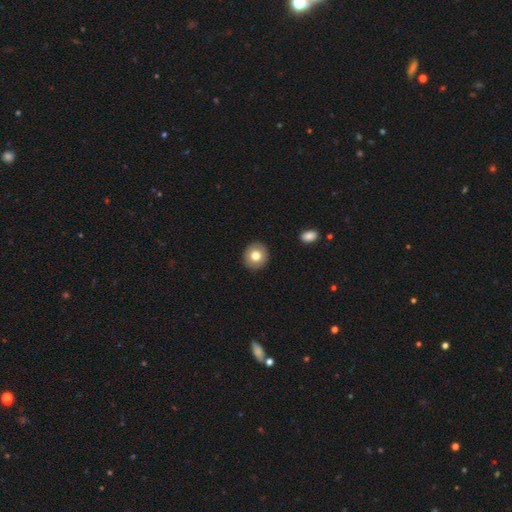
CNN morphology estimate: Smooth or featured?
  - smooth: 77% *
  - featured or disk: 14%
  - star or artifact: 8%
How rounded?
  - round: 85% *
  - in between: 14%
  - cigar-shaped: 1%
Merging?
  - none: 91% *
  - minor disturbance: 6%
  - major disturbance: 2%
  - merger: 1%